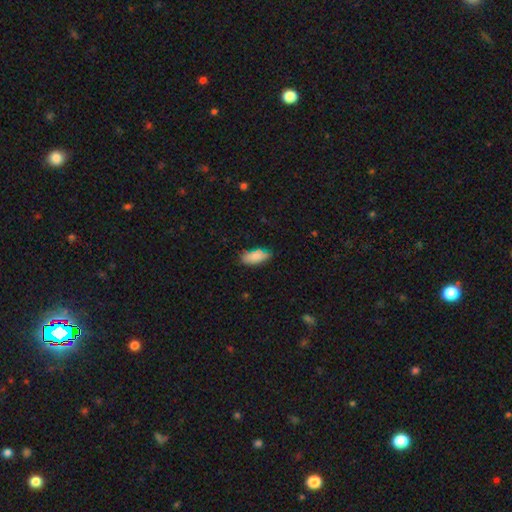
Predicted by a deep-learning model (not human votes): smooth_or_featured: smooth (p=0.84) [alt: featured or disk p=0.09]
how_rounded: in between (p=0.86) [alt: cigar-shaped p=0.12]
merging: none (p=0.74) [alt: minor disturbance p=0.21]